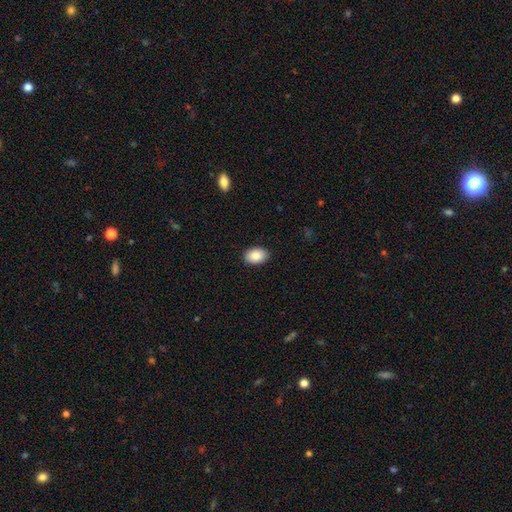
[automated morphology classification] A smooth galaxy with no disk features (88%) that is in between round and cigar-shaped (87%). Merging: none (90%).